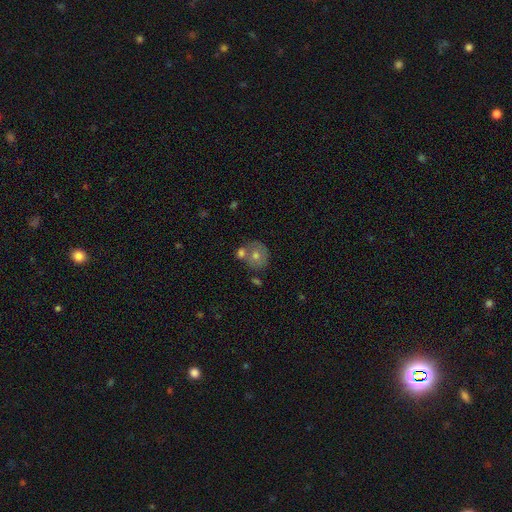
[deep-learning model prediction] A smooth galaxy with no disk features (51%) that is round (83%). Merging: none (56%).